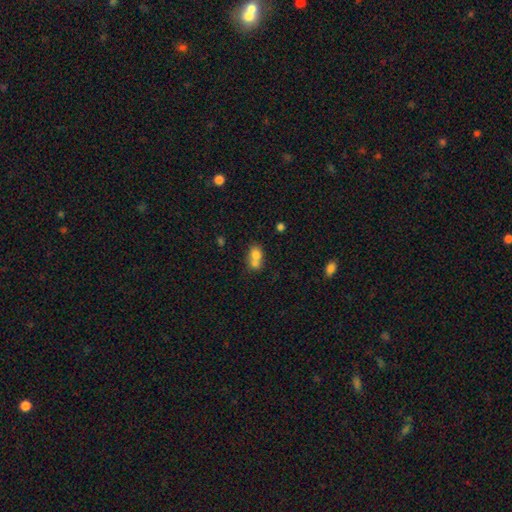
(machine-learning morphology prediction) Smooth or featured: smooth — 73% (featured or disk — 17%)
How rounded: in between — 53% (round — 45%)
Merging: merger — 65% (none — 24%)